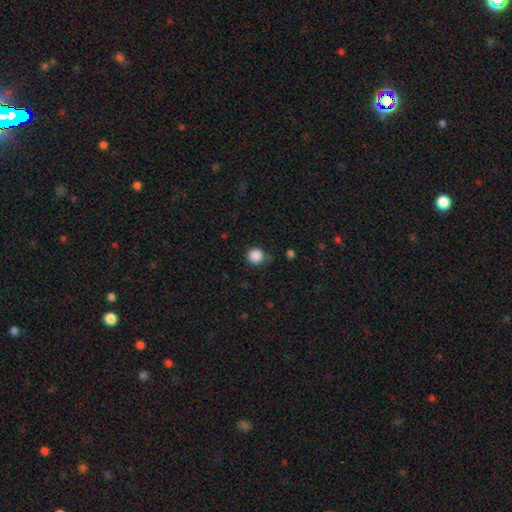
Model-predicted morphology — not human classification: The model was most divided on "merging": none: 83%, minor disturbance: 11%, major disturbance: 3%, merger: 2%. More confident: how rounded — round (95%); smooth or featured — smooth (87%).